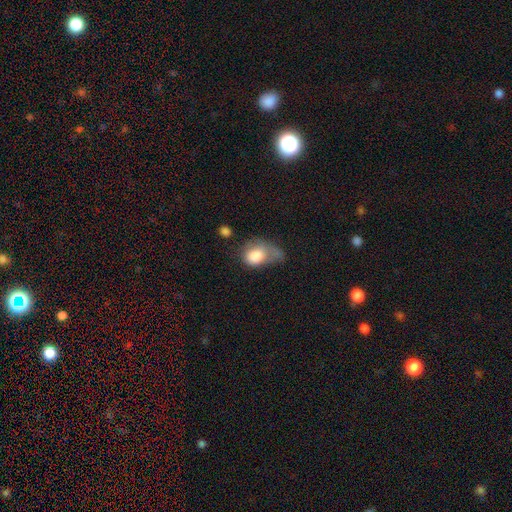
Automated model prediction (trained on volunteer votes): The model was most divided on "merging": major disturbance: 46%, minor disturbance: 28%, none: 17%, merger: 9%. More confident: smooth or featured — smooth (76%); how rounded — in between (70%).